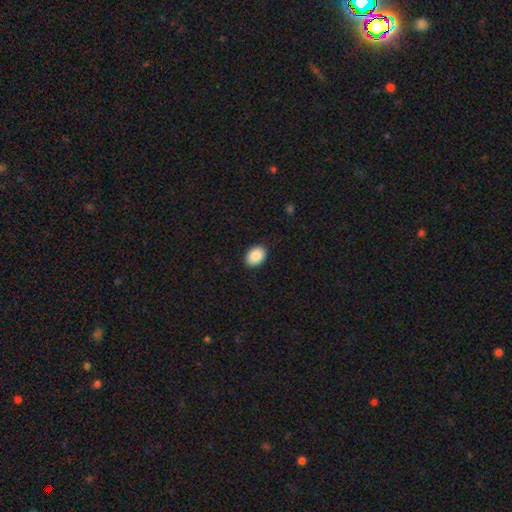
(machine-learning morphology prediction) Q: Smooth or featured?
A: smooth (90%); runner-up: star or artifact (7%)
Q: How rounded?
A: in between (78%); runner-up: round (21%)
Q: Merging?
A: none (90%); runner-up: minor disturbance (7%)